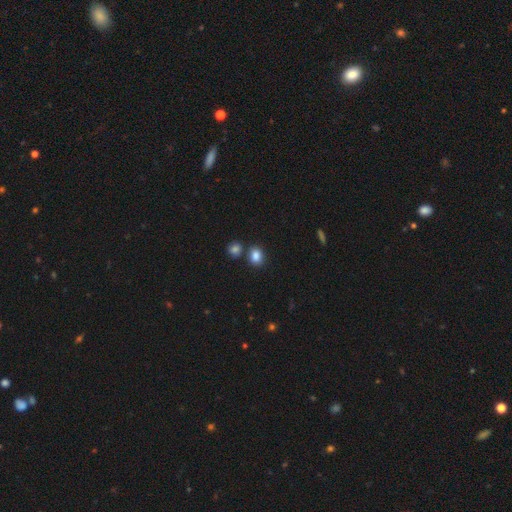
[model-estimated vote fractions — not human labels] The model was most divided on "how rounded": in between: 51%, round: 48%, cigar-shaped: 1%. More confident: smooth or featured — smooth (85%); merging — none (70%).